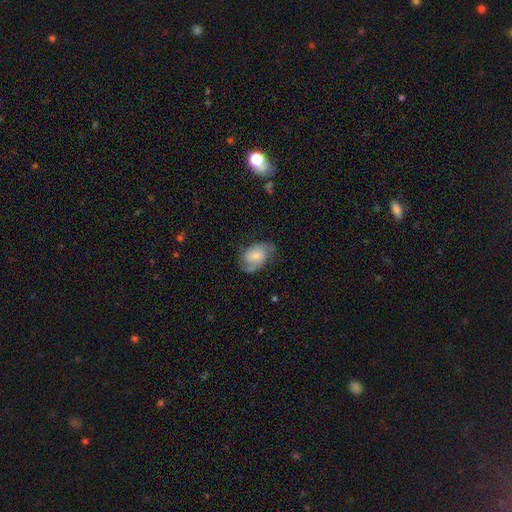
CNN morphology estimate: A featured or disk galaxy (52%).

Vote fractions:
- Smooth or featured? featured or disk: 52% / smooth: 41% / star or artifact: 7%
- Edge-on disk? no: 96% / yes: 4%
- Merging? none: 59% / minor disturbance: 26% / major disturbance: 13% / merger: 2%